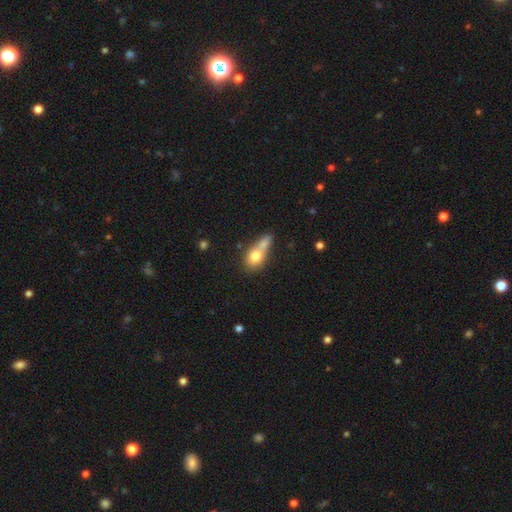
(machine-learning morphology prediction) The model was most divided on "how rounded": in between: 53%, round: 38%, cigar-shaped: 9%. More confident: smooth or featured — smooth (72%); merging — merger (59%).